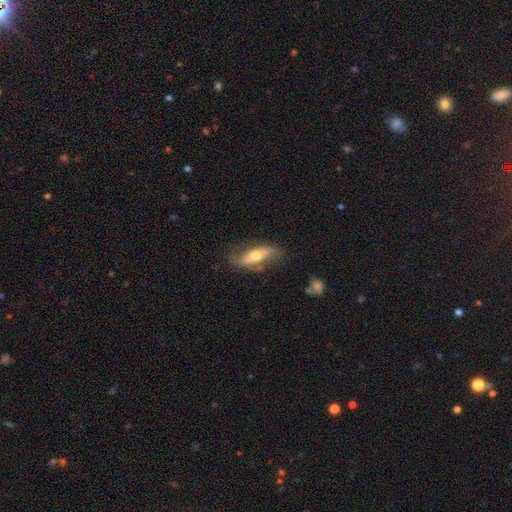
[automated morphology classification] Smooth or featured? Predicted: featured or disk (p=0.60). Edge-on disk? Predicted: no (p=0.69). Merging? Predicted: none (p=0.64).